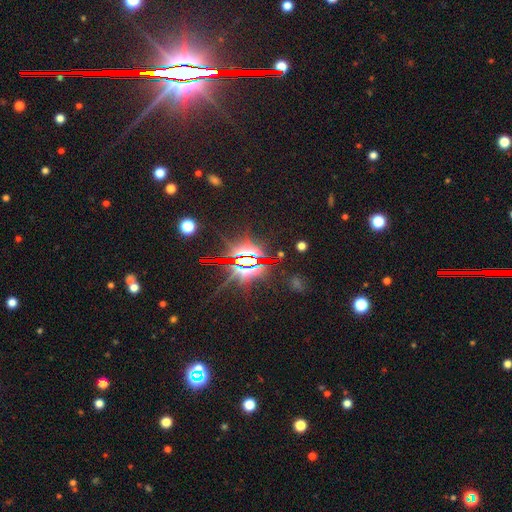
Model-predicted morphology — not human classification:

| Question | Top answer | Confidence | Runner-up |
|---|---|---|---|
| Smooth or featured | star or artifact | 82% | featured or disk (9%) |